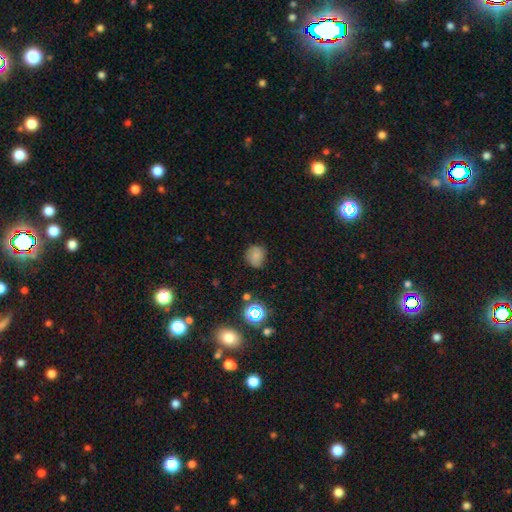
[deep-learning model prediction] smooth_or_featured: smooth (p=0.73) [alt: star or artifact p=0.16]
how_rounded: round (p=0.72) [alt: in between p=0.27]
merging: none (p=0.74) [alt: minor disturbance p=0.20]